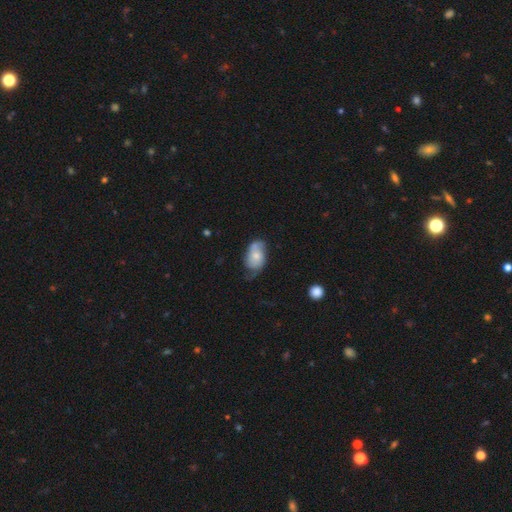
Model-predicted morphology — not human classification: smooth_or_featured: smooth (p=0.47) [alt: featured or disk p=0.46]
merging: none (p=0.40) [alt: minor disturbance p=0.33]